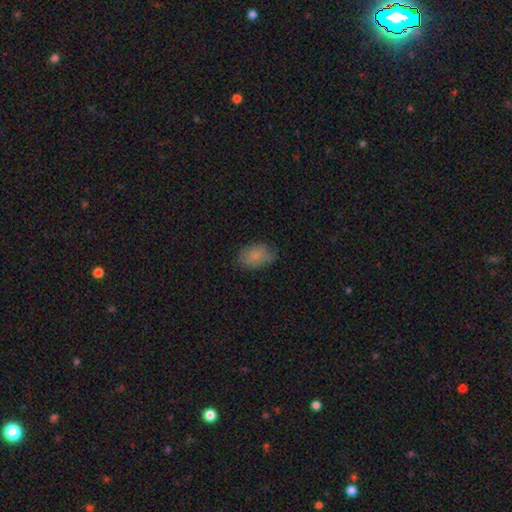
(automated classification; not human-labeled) Smooth or featured? smooth (82%)
How rounded? in between (85%)
Merging? none (76%)